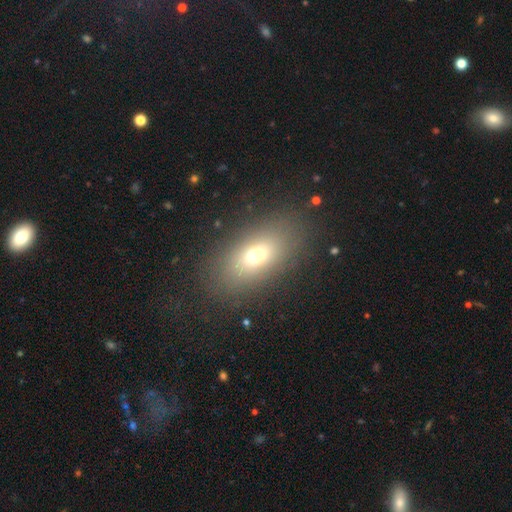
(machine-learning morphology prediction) Smooth or featured? smooth (67%)
How rounded? in between (81%)
Merging? none (83%)